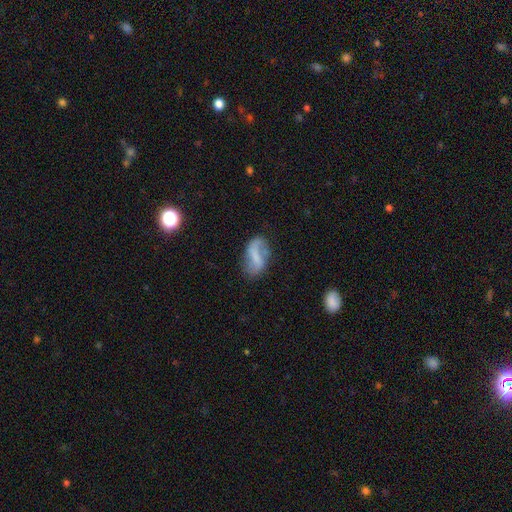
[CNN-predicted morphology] Q: Smooth or featured?
A: featured or disk (53%); runner-up: smooth (38%)
Q: Edge-on disk?
A: no (95%); runner-up: yes (5%)
Q: Bar?
A: strong (41%); runner-up: weak (36%)
Q: Spiral arms?
A: yes (70%); runner-up: no (30%)
Q: Bulge size?
A: none (56%); runner-up: small (21%)
Q: Merging?
A: none (58%); runner-up: minor disturbance (25%)